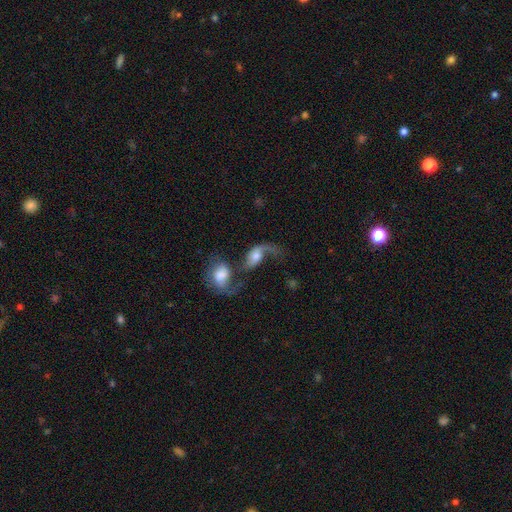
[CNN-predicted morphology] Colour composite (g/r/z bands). It shows a featured or disk galaxy (59%) with no bar (63%), spiral arms (84%) and a moderate central bulge (45%). Merging: merger (60%).